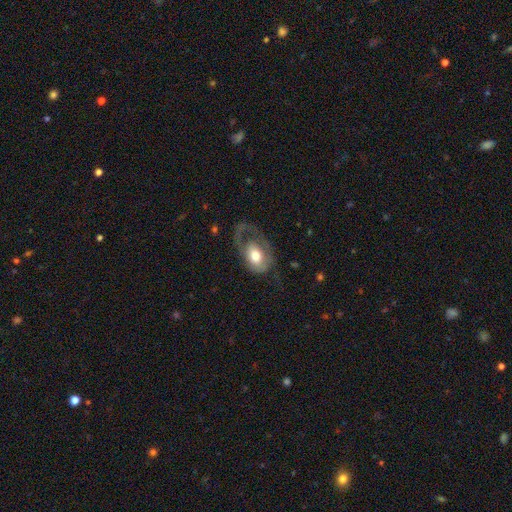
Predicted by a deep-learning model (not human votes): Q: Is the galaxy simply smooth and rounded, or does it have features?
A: smooth — 50%.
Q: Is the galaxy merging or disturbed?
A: major disturbance — 52%.